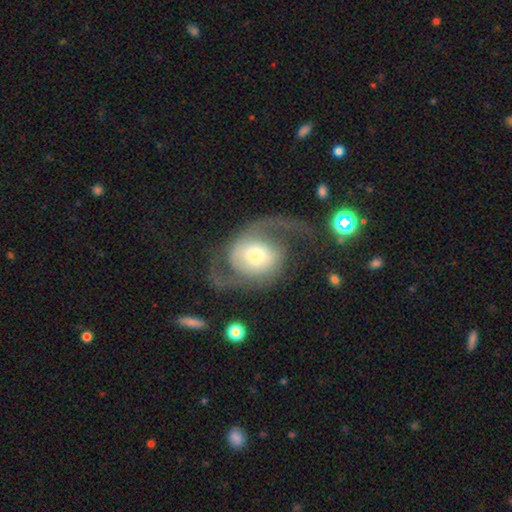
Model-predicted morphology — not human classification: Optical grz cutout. It shows a featured or disk galaxy (75%) with no bar (69%), 2 (84%) loose (44%) spiral arms (87%) and a moderate central bulge (42%). Merging: none (49%).